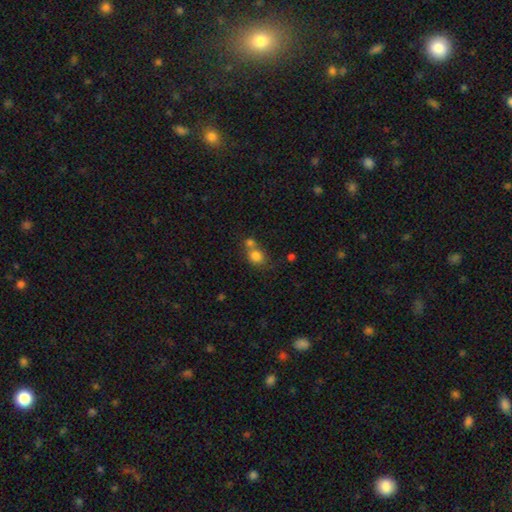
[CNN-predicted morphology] type=smooth (80%); roundness=round (72%); merging=merger (45%).